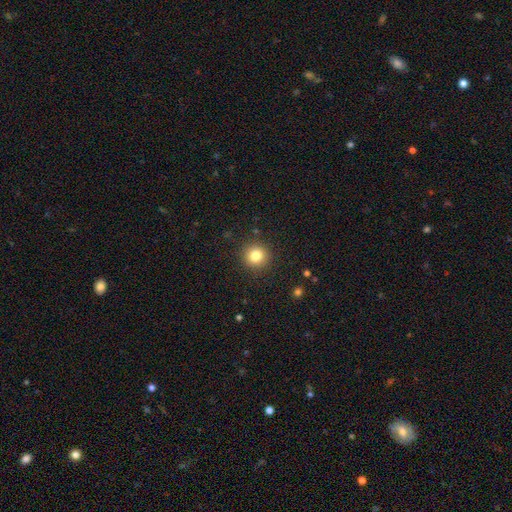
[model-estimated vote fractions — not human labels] A smooth galaxy with no disk features (82%) that is round (93%).

Vote fractions:
- Smooth or featured? smooth: 82% / star or artifact: 11% / featured or disk: 7%
- How rounded? round: 93% / in between: 6% / cigar-shaped: 1%
- Merging? none: 91% / minor disturbance: 6% / major disturbance: 2% / merger: 1%